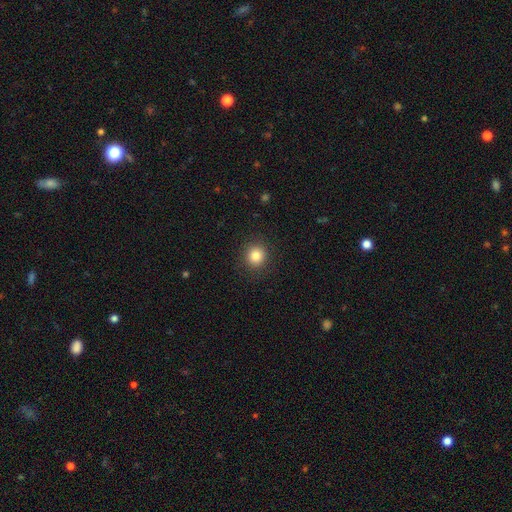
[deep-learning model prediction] Q: Smooth or featured?
A: smooth (84%); runner-up: star or artifact (11%)
Q: How rounded?
A: round (89%); runner-up: in between (10%)
Q: Merging?
A: none (90%); runner-up: minor disturbance (7%)